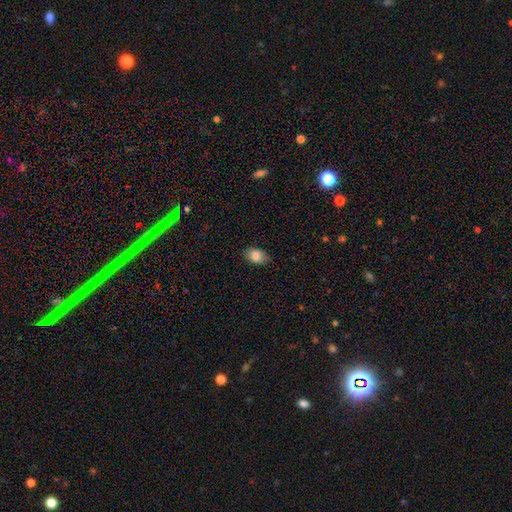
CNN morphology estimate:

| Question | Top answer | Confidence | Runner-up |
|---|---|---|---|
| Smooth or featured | smooth | 85% | star or artifact (8%) |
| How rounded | in between | 85% | round (14%) |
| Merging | none | 85% | minor disturbance (12%) |